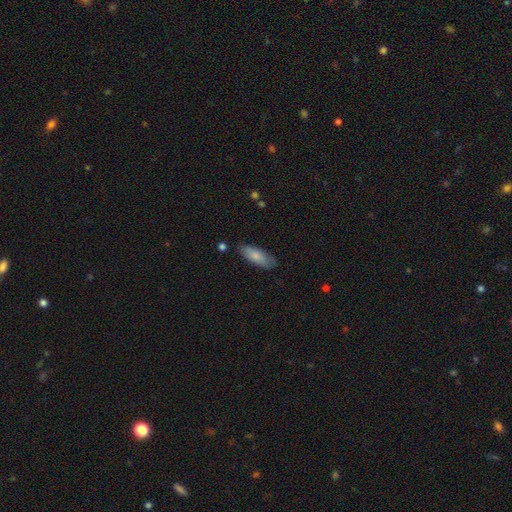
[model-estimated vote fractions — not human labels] This appears to be a smooth galaxy with no disk features (79%) that is in between round and cigar-shaped (69%). Merging: none (80%).